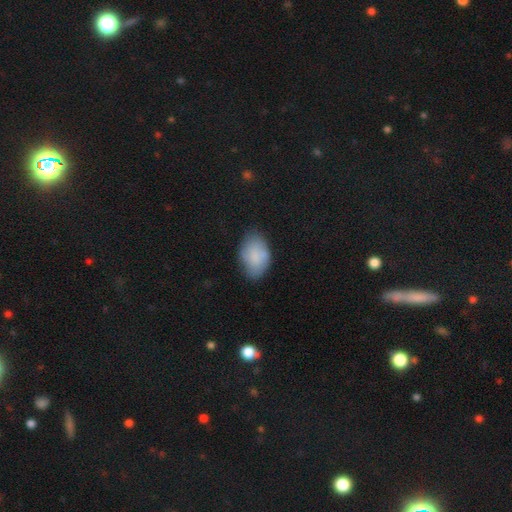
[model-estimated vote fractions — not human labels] A smooth galaxy with no disk features (82%) that is in between round and cigar-shaped (91%). Merging: none (66%).